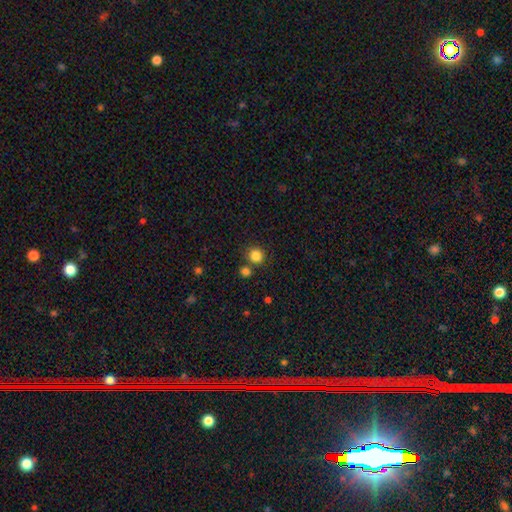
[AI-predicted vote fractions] Smooth or featured? Predicted: smooth (p=0.84). How rounded? Predicted: round (p=0.87). Merging? Predicted: none (p=0.77).